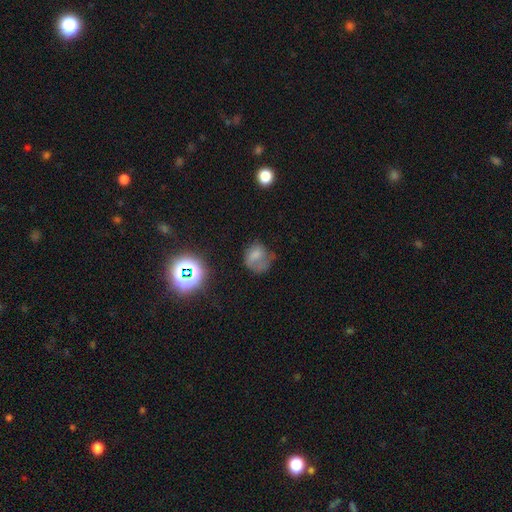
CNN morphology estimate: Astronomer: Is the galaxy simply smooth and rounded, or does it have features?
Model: smooth — 61%.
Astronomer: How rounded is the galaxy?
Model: round — 60% (runner-up: in between, 38%).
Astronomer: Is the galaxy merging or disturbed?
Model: none — 35% (runner-up: major disturbance, 31%).